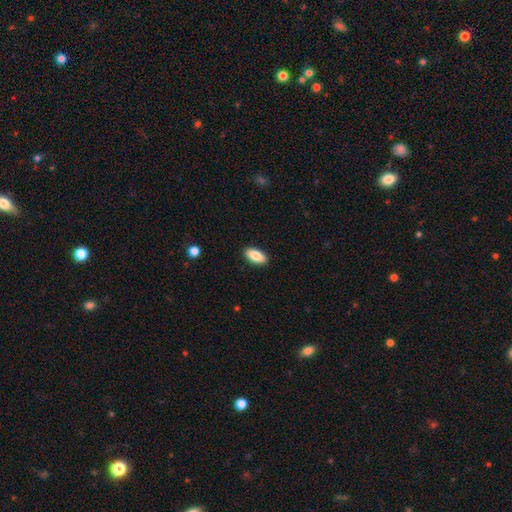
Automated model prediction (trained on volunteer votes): smooth-or-featured: smooth: 85% | featured or disk: 9% | star or artifact: 6%
  how-rounded: in between: 90% | cigar-shaped: 8% | round: 3%
  merging: none: 90% | minor disturbance: 7% | major disturbance: 2% | merger: 1%